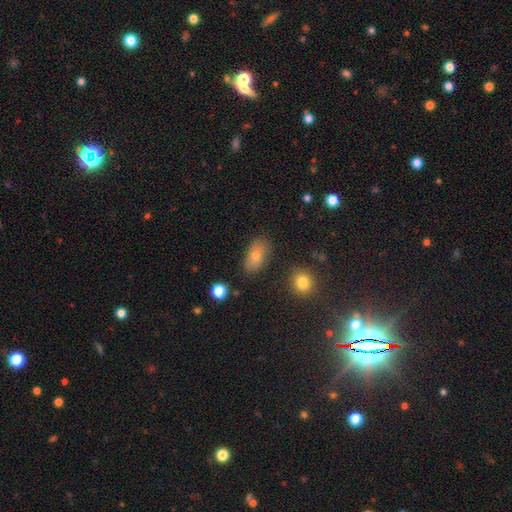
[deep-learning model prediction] Smooth or featured: smooth — 71% (featured or disk — 15%)
How rounded: in between — 88% (round — 8%)
Merging: none — 79% (minor disturbance — 15%)